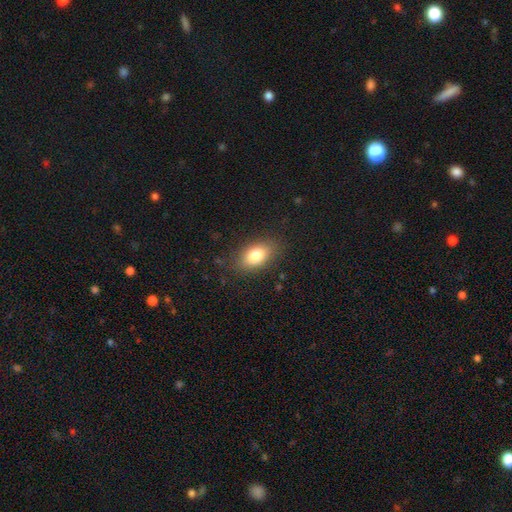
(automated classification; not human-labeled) The model was most divided on "smooth or featured": smooth: 80%, featured or disk: 11%, star or artifact: 8%. More confident: how rounded — in between (87%); merging — none (83%).